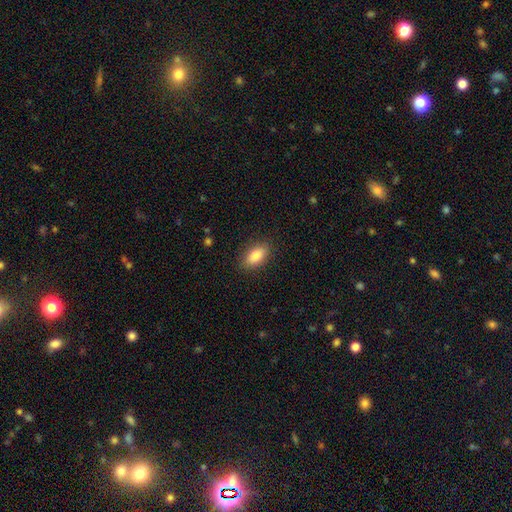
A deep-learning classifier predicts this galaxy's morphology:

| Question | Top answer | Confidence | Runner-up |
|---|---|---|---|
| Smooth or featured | smooth | 83% | featured or disk (9%) |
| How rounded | in between | 90% | cigar-shaped (6%) |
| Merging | none | 87% | minor disturbance (10%) |